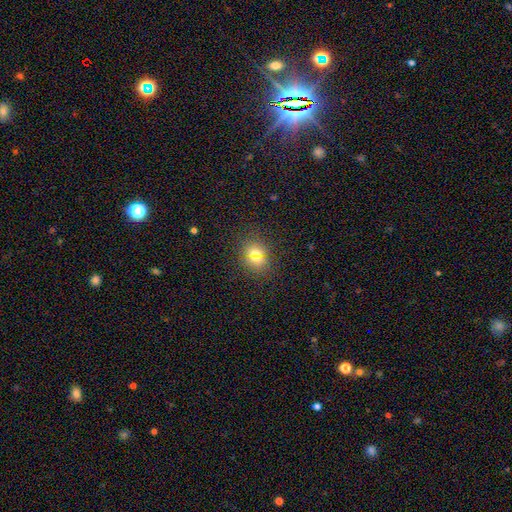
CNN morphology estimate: Overall: smooth (63%; star or artifact 27%). How rounded: round (81%). Merging: none (87%).